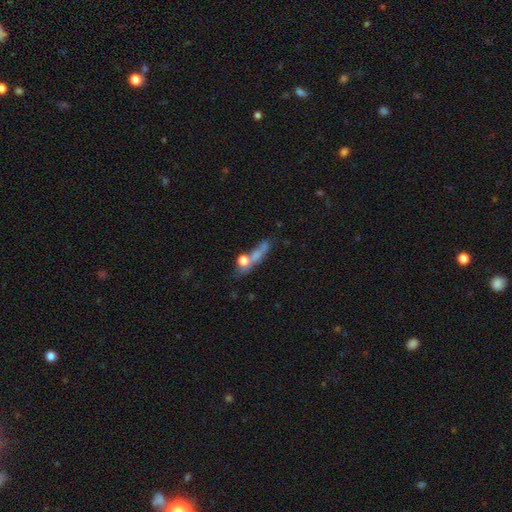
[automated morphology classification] Overall: smooth (51%; featured or disk 32%). How rounded: cigar-shaped (47%; in between 27%). Merging: none (37%; merger 32%).